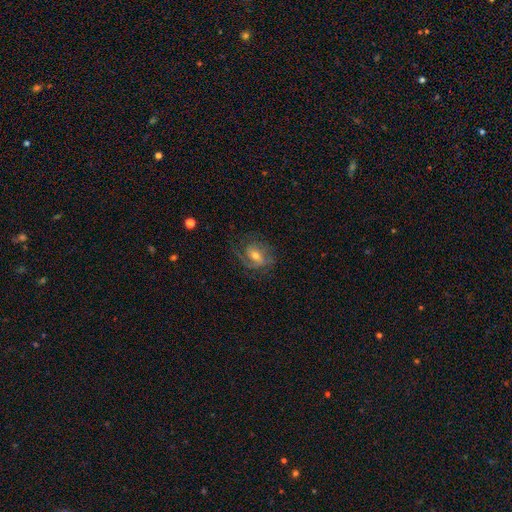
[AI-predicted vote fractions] Overall: featured or disk (73%). Edge-on disk: no (96%). Bar: weak (44%; no 38%). Spiral arms: yes (90%). Spiral arm count: 2 (46%; 1 20%). Spiral winding: medium (43%; tight 37%). Bulge size: moderate (58%; small 35%). Merging: none (64%).